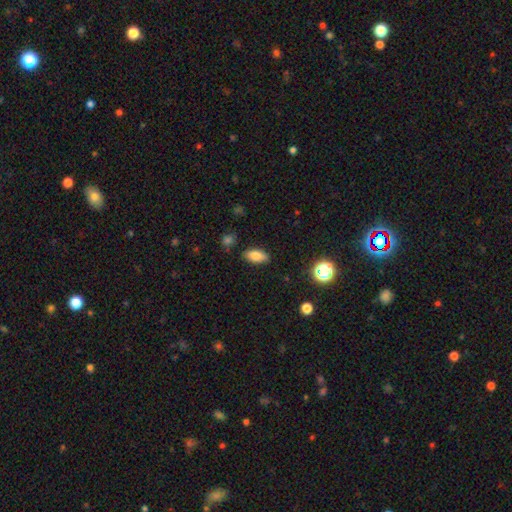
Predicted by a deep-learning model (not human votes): smooth-or-featured: smooth: 82% | star or artifact: 10% | featured or disk: 8%
  how-rounded: in between: 88% | cigar-shaped: 8% | round: 4%
  merging: none: 85% | minor disturbance: 11% | major disturbance: 2% | merger: 2%